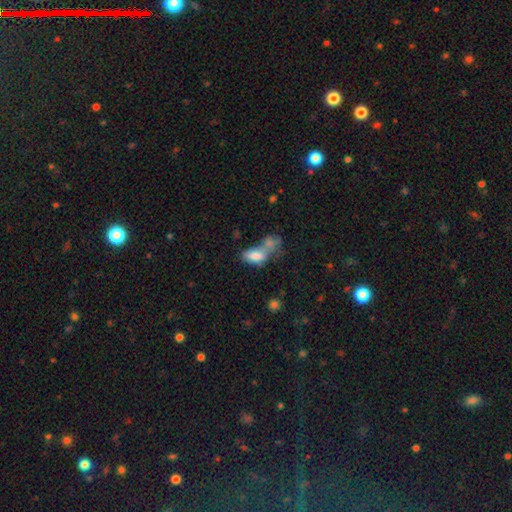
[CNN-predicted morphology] Smooth or featured: smooth — 75% (featured or disk — 15%)
How rounded: in between — 87% (cigar-shaped — 7%)
Merging: merger — 55% (none — 22%)